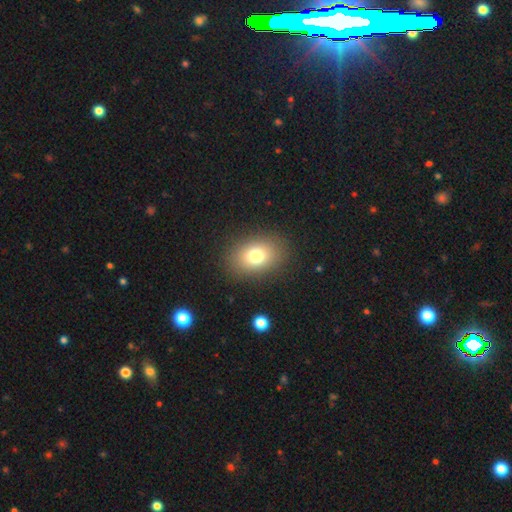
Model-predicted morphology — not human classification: This is likely a smooth galaxy (77%). How rounded: likely in between (73%). Merging: clearly none (87%).